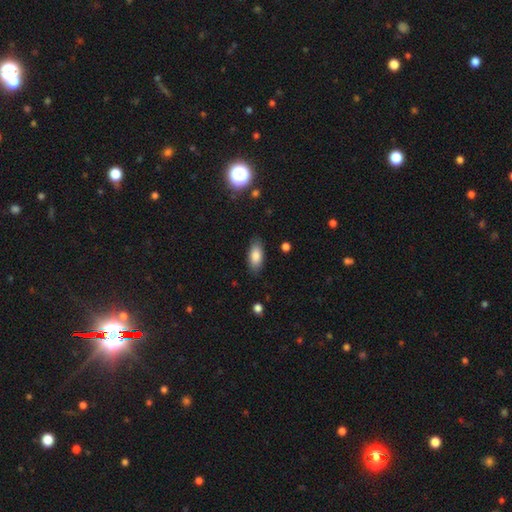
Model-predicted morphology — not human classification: smooth_or_featured: smooth (p=0.84) [alt: featured or disk p=0.09]
how_rounded: in between (p=0.85) [alt: cigar-shaped p=0.12]
merging: none (p=0.85) [alt: minor disturbance p=0.11]